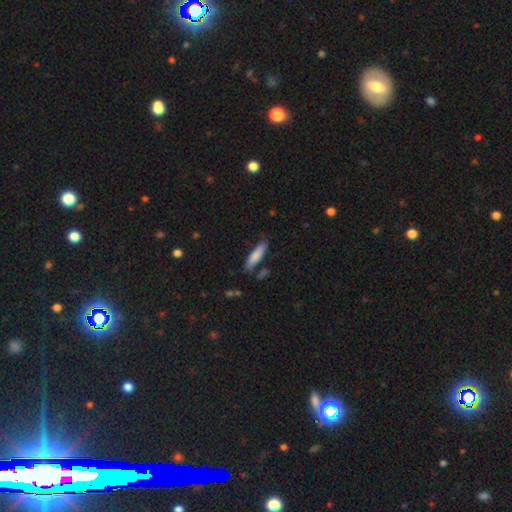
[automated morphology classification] This is clearly a smooth galaxy (80%). How rounded: likely cigar-shaped (72%). Merging: likely none (79%).